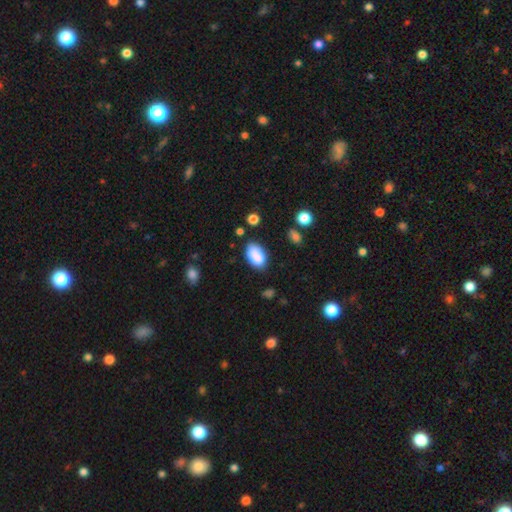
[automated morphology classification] A smooth galaxy with no disk features (88%) that is in between round and cigar-shaped (93%). Merging: none (80%).